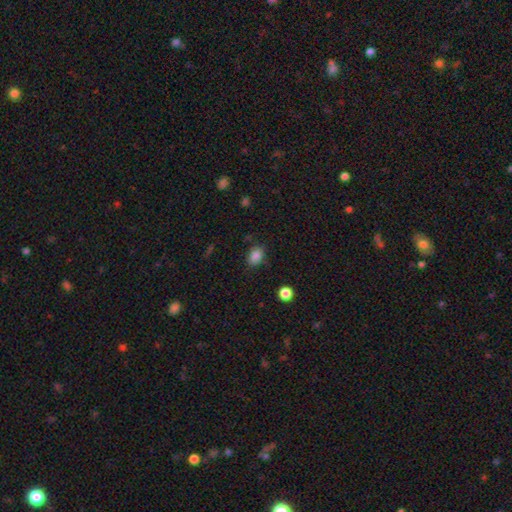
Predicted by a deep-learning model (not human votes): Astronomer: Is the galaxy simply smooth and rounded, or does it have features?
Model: smooth — 84%.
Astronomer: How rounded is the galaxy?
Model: in between — 76%.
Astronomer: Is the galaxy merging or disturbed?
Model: none — 77%.